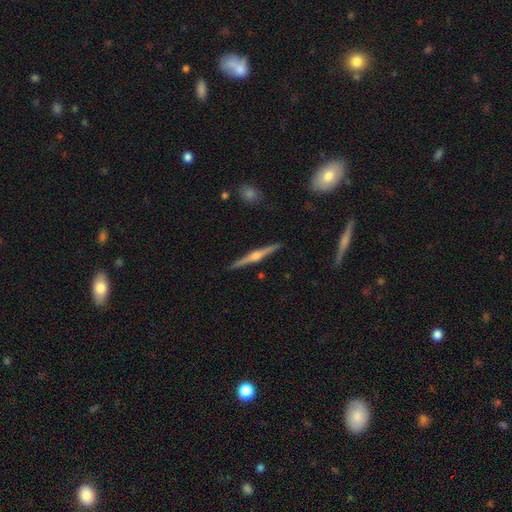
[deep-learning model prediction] This appears to be a featured or disk galaxy (83%) viewed edge-on (99%) with a rounded central bulge (90%). Merging: none (92%).